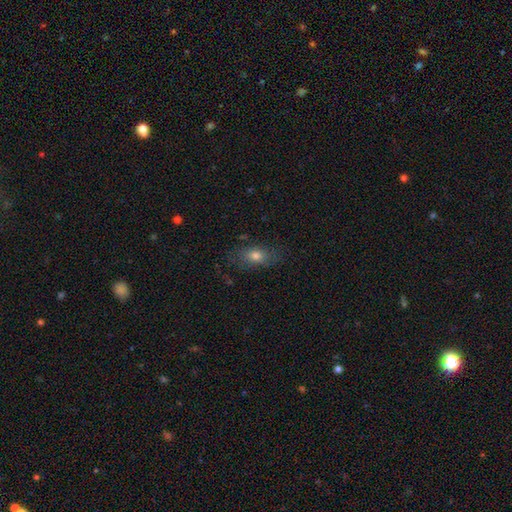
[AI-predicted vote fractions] Overall: smooth (72%). How rounded: in between (79%). Merging: none (73%).